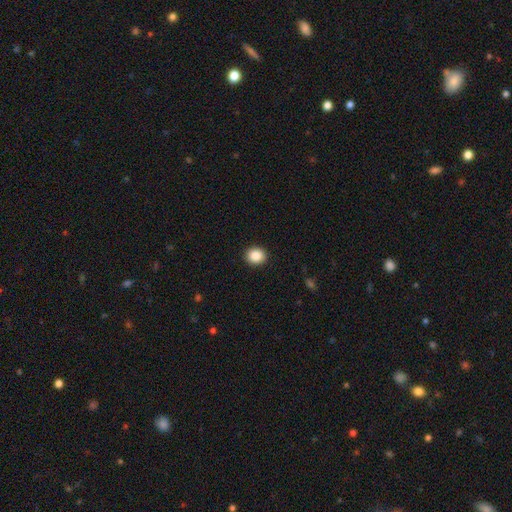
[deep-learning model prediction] This appears to be a smooth galaxy with no disk features (88%) that is round (76%). Merging: none (92%).